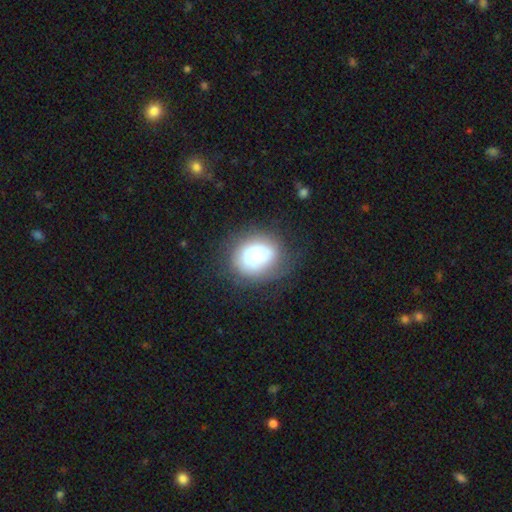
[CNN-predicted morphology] Smooth or featured?
  - smooth: 47% *
  - featured or disk: 44%
  - star or artifact: 9%
Merging?
  - none: 62% *
  - minor disturbance: 21%
  - major disturbance: 13%
  - merger: 3%